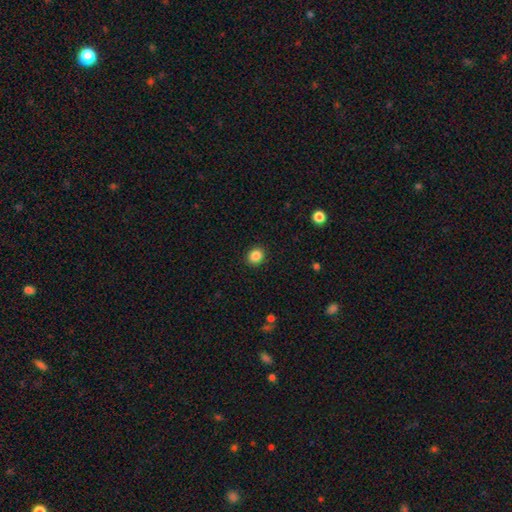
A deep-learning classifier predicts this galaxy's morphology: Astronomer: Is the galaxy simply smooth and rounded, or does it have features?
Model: smooth — 86%.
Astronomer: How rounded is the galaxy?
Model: round — 79%.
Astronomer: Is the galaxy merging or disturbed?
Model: none — 92%.